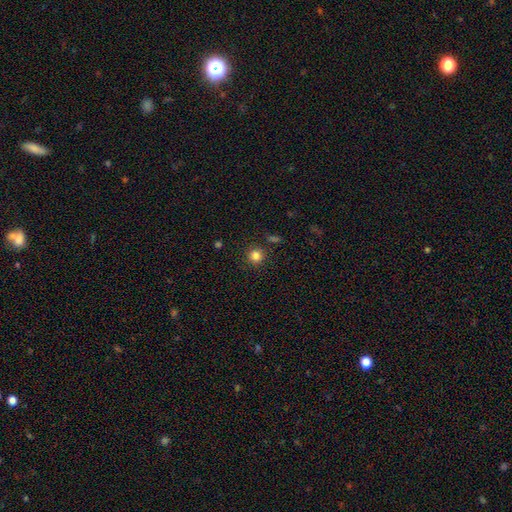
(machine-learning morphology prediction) This is clearly a smooth galaxy (83%). How rounded: clearly round (94%). Merging: clearly none (88%).